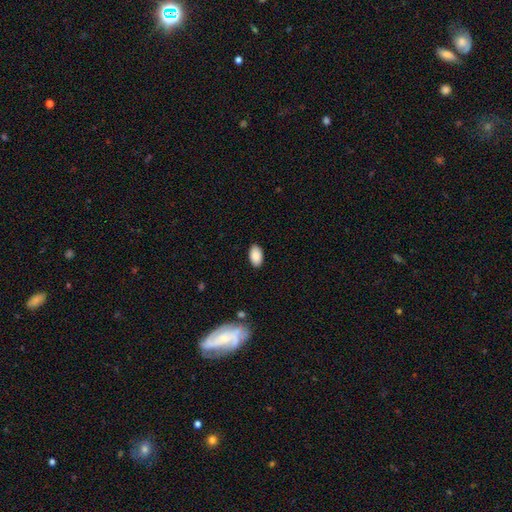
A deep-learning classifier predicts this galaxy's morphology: This appears to be a smooth galaxy with no disk features (89%) that is in between round and cigar-shaped (94%). Merging: none (89%).